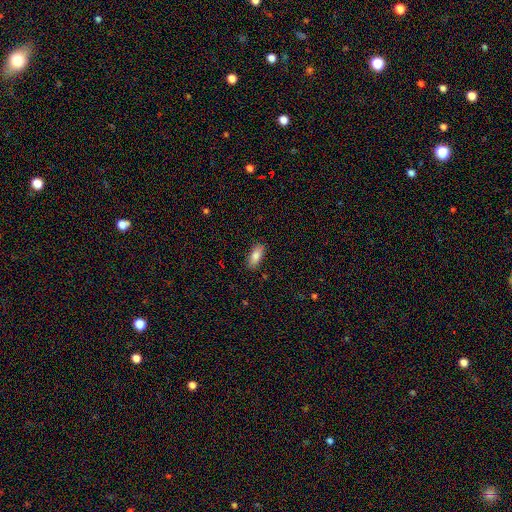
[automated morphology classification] Smooth or featured?
  - smooth: 83% *
  - featured or disk: 10%
  - star or artifact: 7%
How rounded?
  - in between: 83% *
  - cigar-shaped: 15%
  - round: 2%
Merging?
  - none: 84% *
  - minor disturbance: 12%
  - major disturbance: 3%
  - merger: 1%